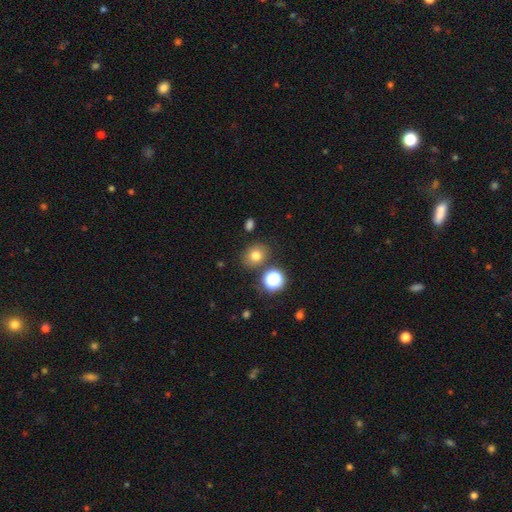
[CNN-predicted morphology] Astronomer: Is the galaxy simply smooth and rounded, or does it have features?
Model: smooth — 75%.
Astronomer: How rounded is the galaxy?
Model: round — 60% (runner-up: in between, 39%).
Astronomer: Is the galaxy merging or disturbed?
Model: none — 79%.